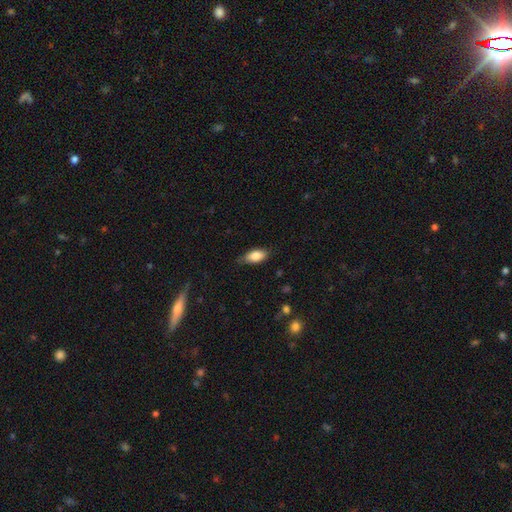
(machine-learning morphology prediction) A smooth galaxy with no disk features (82%) that is in between round and cigar-shaped (88%). Merging: none (74%).